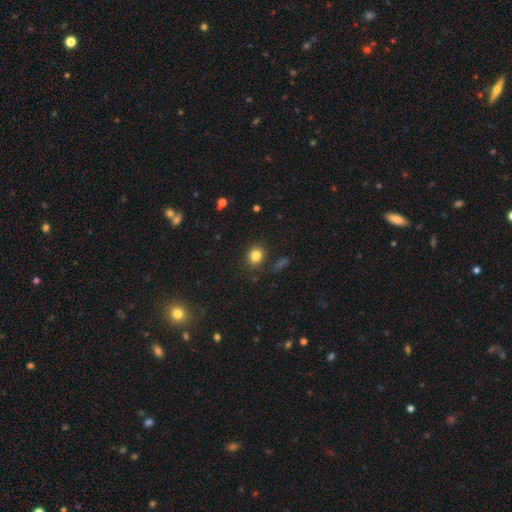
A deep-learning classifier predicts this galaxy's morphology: smooth_or_featured: smooth (p=0.83) [alt: star or artifact p=0.11]
how_rounded: round (p=0.74) [alt: in between p=0.25]
merging: none (p=0.85) [alt: minor disturbance p=0.09]